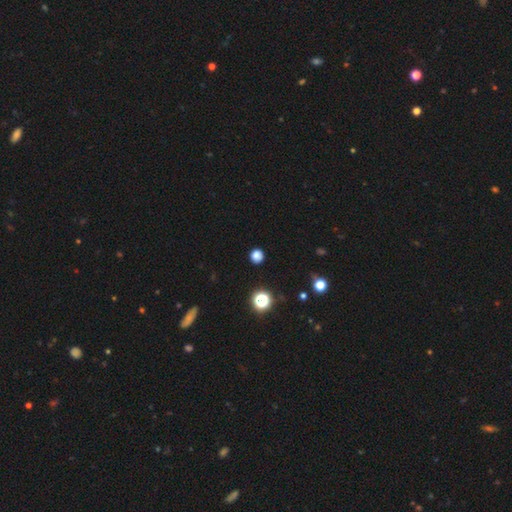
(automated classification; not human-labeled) smooth 80%, star or artifact 16%, featured or disk 4%. Down the decision tree: how rounded — round (92%); merging — none (90%).